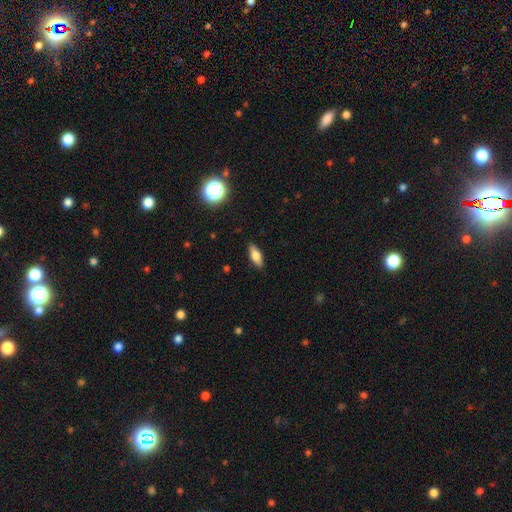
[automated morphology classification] A smooth galaxy with no disk features (66%) that is in between round and cigar-shaped (72%). Merging: none (87%).